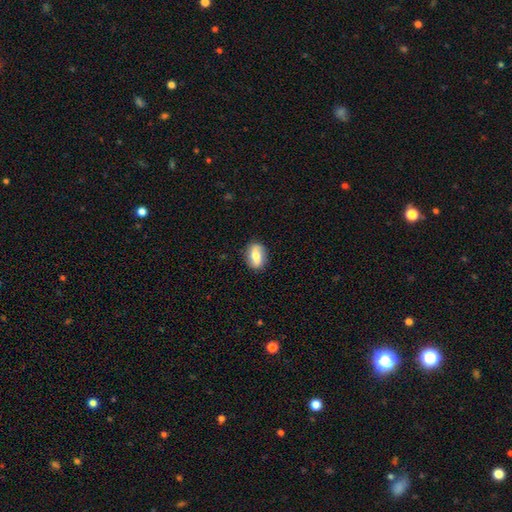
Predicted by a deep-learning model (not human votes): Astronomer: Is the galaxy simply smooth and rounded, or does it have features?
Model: smooth — 52% (runner-up: featured or disk, 41%).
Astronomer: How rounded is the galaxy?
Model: in between — 76%.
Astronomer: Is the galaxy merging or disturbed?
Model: none — 86%.